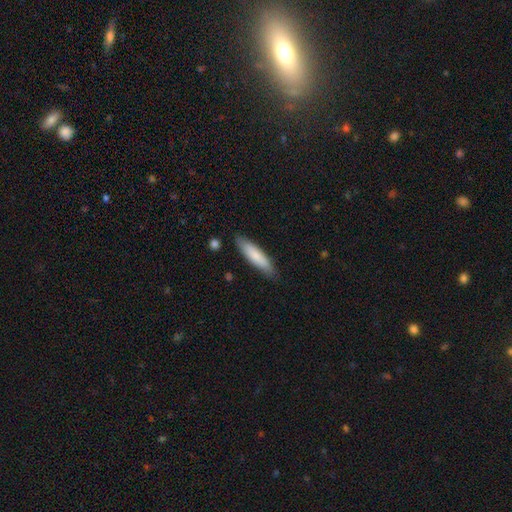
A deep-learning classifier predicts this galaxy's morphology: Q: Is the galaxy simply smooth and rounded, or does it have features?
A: smooth — 79%.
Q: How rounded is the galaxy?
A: cigar-shaped — 72%.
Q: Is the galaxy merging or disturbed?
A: none — 85%.